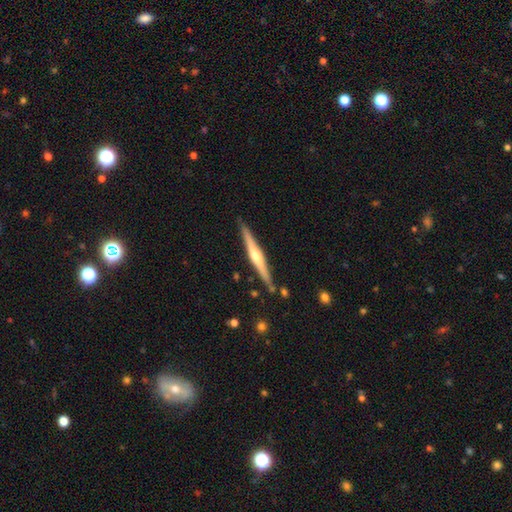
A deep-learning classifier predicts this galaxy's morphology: featured or disk 74%, smooth 21%, star or artifact 5%. Down the decision tree: edge-on disk — yes (98%); edge-on bulge — rounded (85%); merging — none (88%).